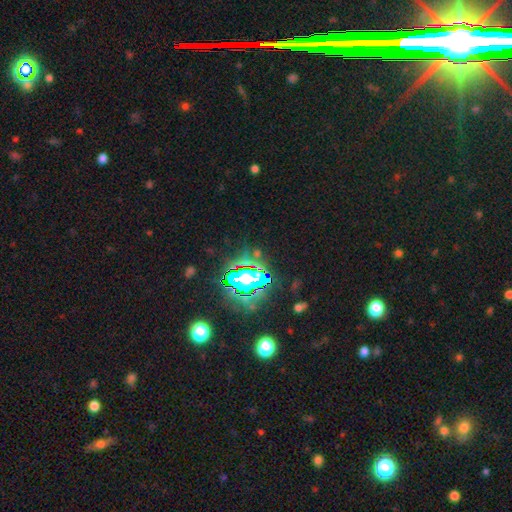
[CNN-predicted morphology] Smooth or featured? Predicted: star or artifact (p=0.73).